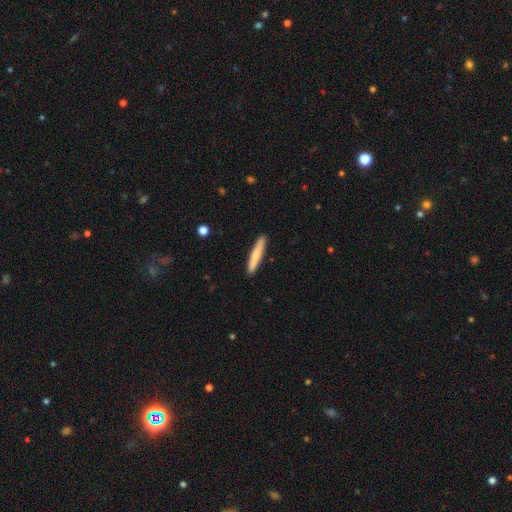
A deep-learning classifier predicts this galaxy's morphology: Q: Smooth or featured?
A: smooth (65%); runner-up: featured or disk (29%)
Q: How rounded?
A: cigar-shaped (94%); runner-up: in between (5%)
Q: Merging?
A: none (91%); runner-up: minor disturbance (7%)